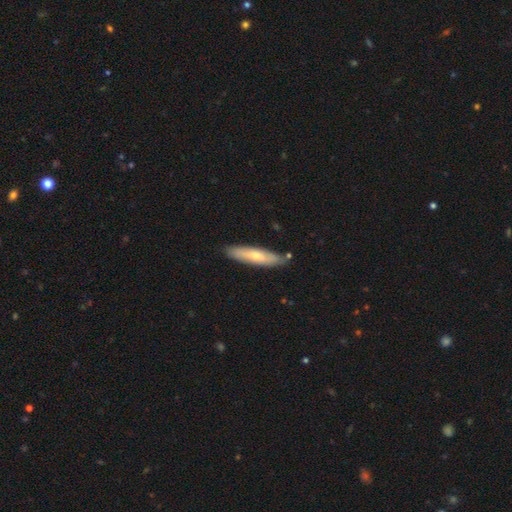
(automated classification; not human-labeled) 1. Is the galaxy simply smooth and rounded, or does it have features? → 60% smooth, 34% featured or disk, 5% star or artifact.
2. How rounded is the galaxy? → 80% cigar-shaped, 18% in between, 1% round.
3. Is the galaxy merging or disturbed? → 82% none, 13% minor disturbance, 3% merger, 2% major disturbance.